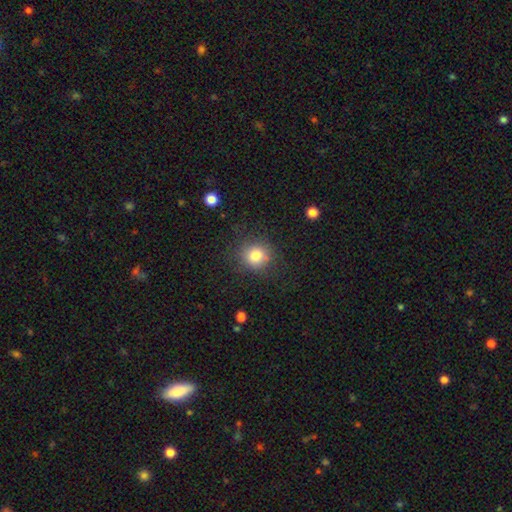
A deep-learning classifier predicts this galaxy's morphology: Overall: smooth (81%). How rounded: round (87%). Merging: none (81%).